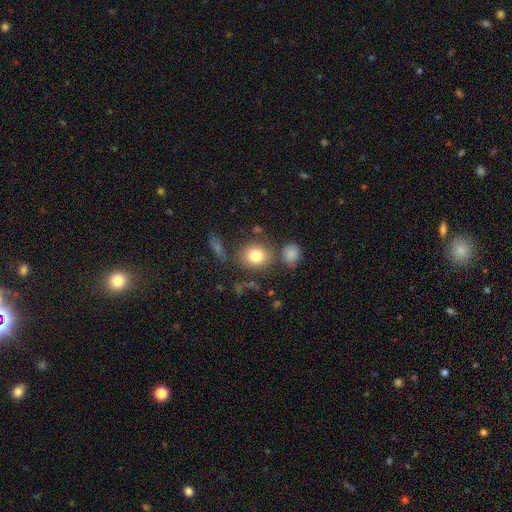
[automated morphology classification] Smooth or featured: smooth — 79% (featured or disk — 10%)
How rounded: round — 78% (in between — 21%)
Merging: none — 75% (minor disturbance — 12%)